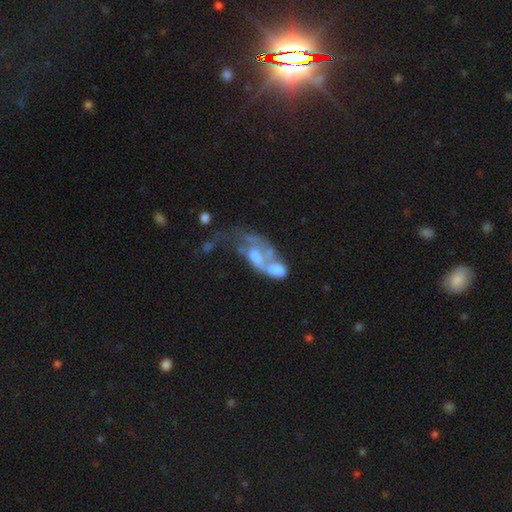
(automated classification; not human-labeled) Smooth or featured? featured or disk (59%)
Edge-on disk? no (95%)
Bar? no (72%)
Spiral arms? no (61%)
Bulge size? moderate (36%)
Merging? merger (57%)